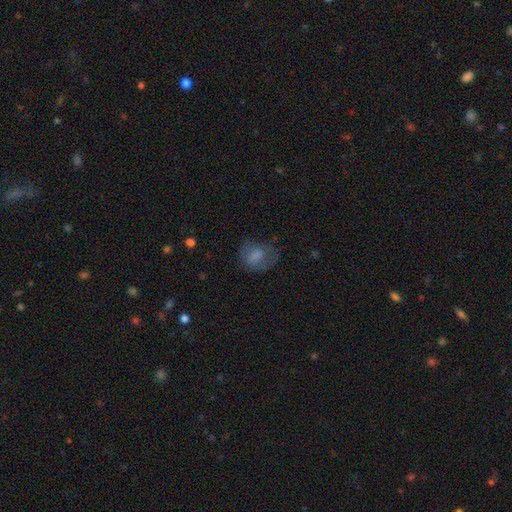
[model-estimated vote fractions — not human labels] smooth-or-featured: smooth: 64% | featured or disk: 25% | star or artifact: 11%
  how-rounded: in between: 52% | round: 47% | cigar-shaped: 2%
  merging: none: 47% | major disturbance: 26% | minor disturbance: 25% | merger: 2%